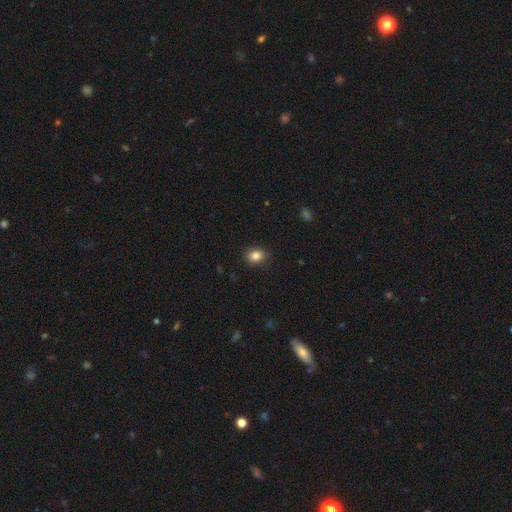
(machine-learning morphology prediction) smooth 85%, star or artifact 10%, featured or disk 5%. Down the decision tree: how rounded — in between (52%); merging — none (88%).